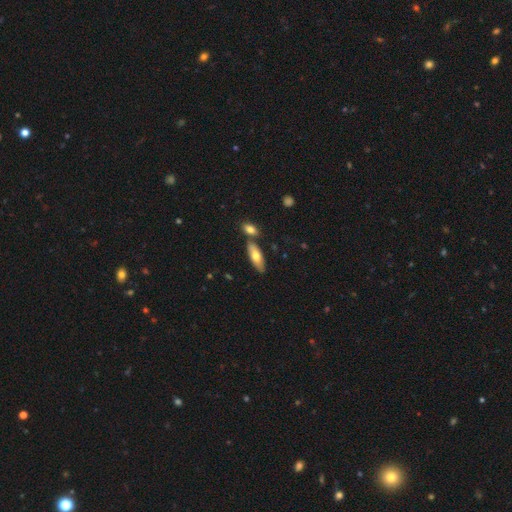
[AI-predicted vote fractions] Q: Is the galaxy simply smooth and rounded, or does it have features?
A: smooth — 66%.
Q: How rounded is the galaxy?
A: in between — 69%.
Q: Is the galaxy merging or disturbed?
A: none — 69%.